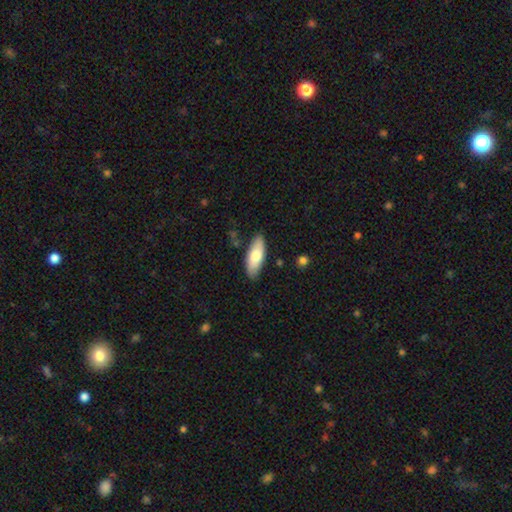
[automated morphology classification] Smooth or featured?
  - smooth: 75% *
  - featured or disk: 19%
  - star or artifact: 5%
How rounded?
  - in between: 75% *
  - cigar-shaped: 23%
  - round: 2%
Merging?
  - none: 85% *
  - minor disturbance: 11%
  - major disturbance: 2%
  - merger: 2%